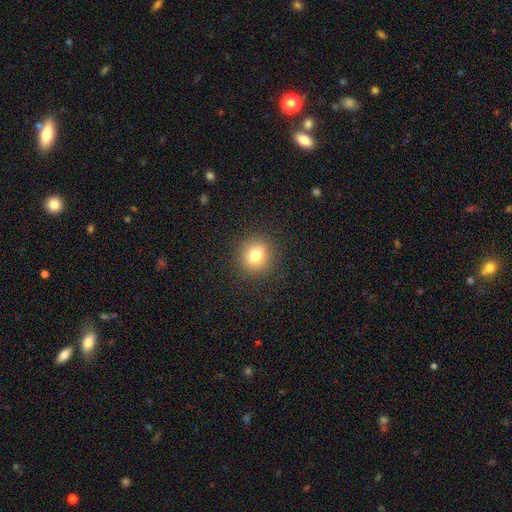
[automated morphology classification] A smooth galaxy with no disk features (79%) that is round (90%). Merging: none (91%).